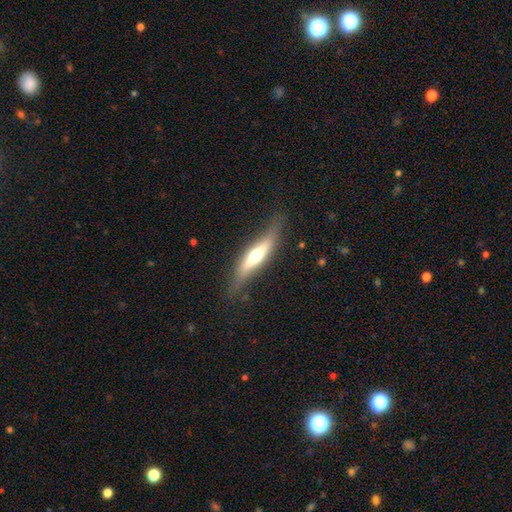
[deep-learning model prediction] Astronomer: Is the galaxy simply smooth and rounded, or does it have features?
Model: featured or disk — 59% (runner-up: smooth, 35%).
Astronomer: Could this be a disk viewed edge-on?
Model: yes — 86%.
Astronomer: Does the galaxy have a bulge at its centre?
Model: rounded — 83%.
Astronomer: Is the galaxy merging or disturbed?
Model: none — 76%.